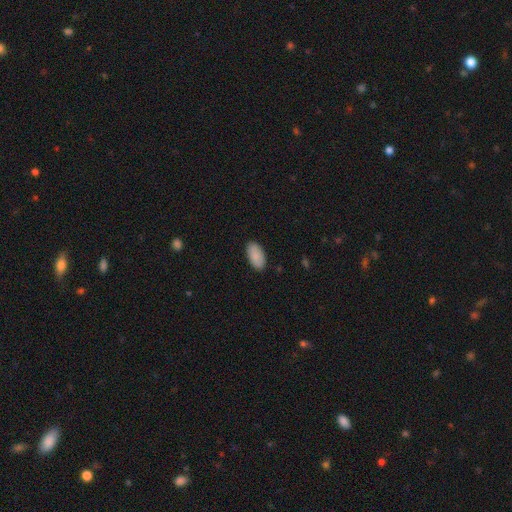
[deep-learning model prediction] Smooth or featured? Predicted: smooth (p=0.90). How rounded? Predicted: in between (p=0.95). Merging? Predicted: none (p=0.89).